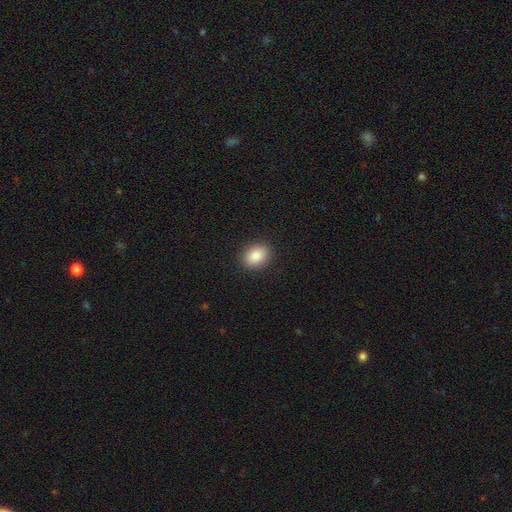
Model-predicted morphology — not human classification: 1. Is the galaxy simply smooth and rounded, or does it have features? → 88% smooth, 8% star or artifact, 4% featured or disk.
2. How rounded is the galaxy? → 65% in between, 34% round, 1% cigar-shaped.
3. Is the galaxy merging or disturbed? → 90% none, 7% minor disturbance, 2% major disturbance, 1% merger.